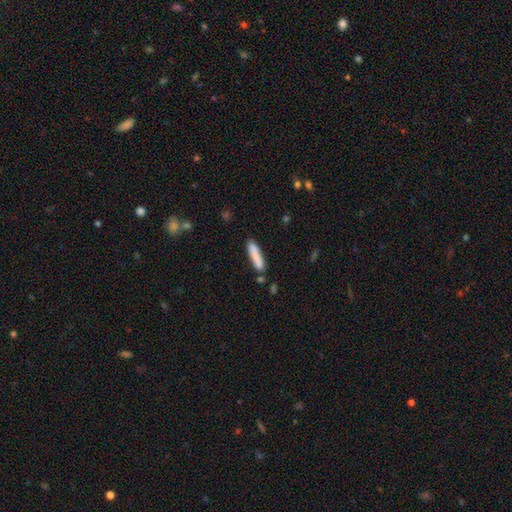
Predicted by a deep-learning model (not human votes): The model was most divided on "merging": none: 77%, minor disturbance: 14%, merger: 7%, major disturbance: 3%. More confident: how rounded — cigar-shaped (84%); smooth or featured — smooth (83%).